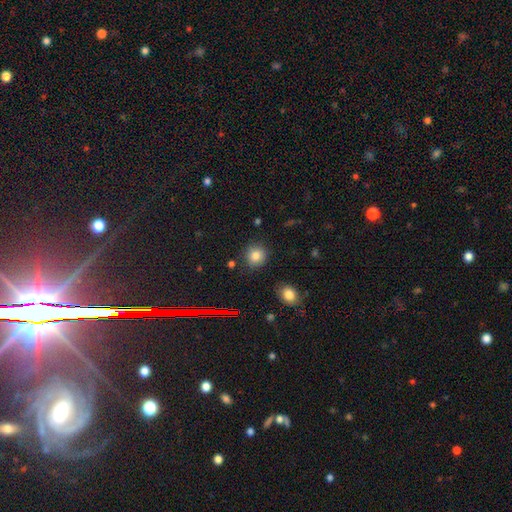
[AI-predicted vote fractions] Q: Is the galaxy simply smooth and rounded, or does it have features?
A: smooth — 83%.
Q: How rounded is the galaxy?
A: round — 87%.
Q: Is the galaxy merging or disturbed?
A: none — 86%.